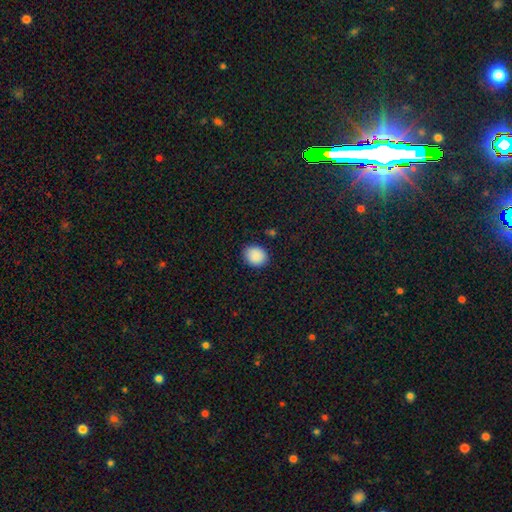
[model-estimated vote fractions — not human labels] A smooth galaxy with no disk features (90%) that is round (63%).

Vote fractions:
- Smooth or featured? smooth: 90% / star or artifact: 8% / featured or disk: 3%
- How rounded? round: 63% / in between: 37% / cigar-shaped: 1%
- Merging? none: 87% / minor disturbance: 9% / major disturbance: 2% / merger: 1%